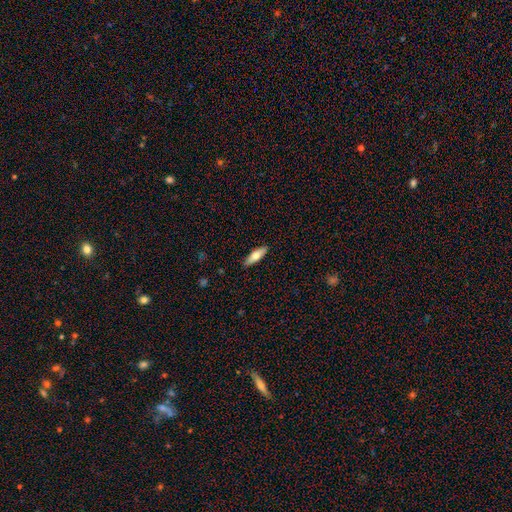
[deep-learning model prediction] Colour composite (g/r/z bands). It shows a smooth galaxy with no disk features (67%) that is in between round and cigar-shaped (51%). Merging: none (89%).